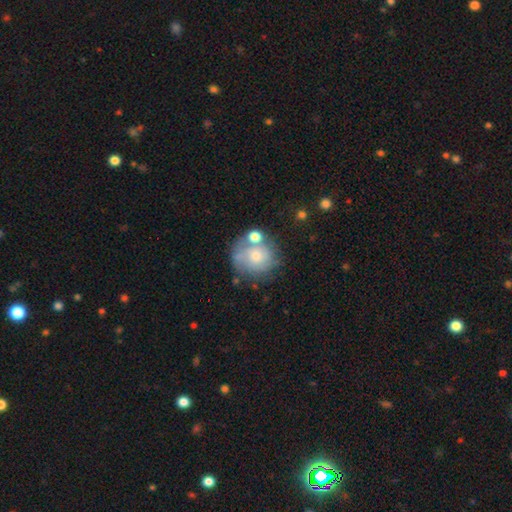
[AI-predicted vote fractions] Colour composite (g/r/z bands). It shows a smooth galaxy with no disk features (48%). Merging: none (51%).